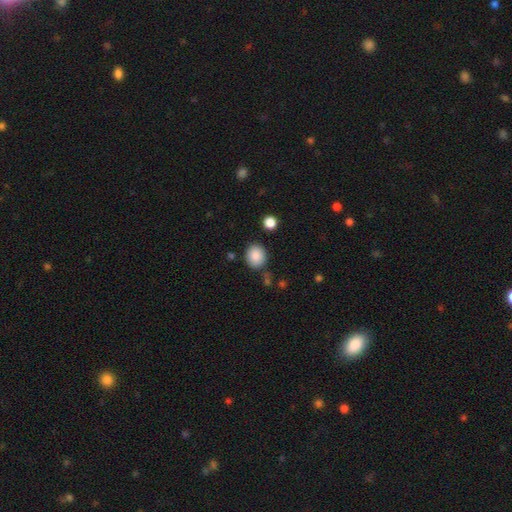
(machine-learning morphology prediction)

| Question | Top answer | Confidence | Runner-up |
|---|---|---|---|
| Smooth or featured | smooth | 88% | star or artifact (8%) |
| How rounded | round | 69% | in between (31%) |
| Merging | none | 81% | minor disturbance (11%) |